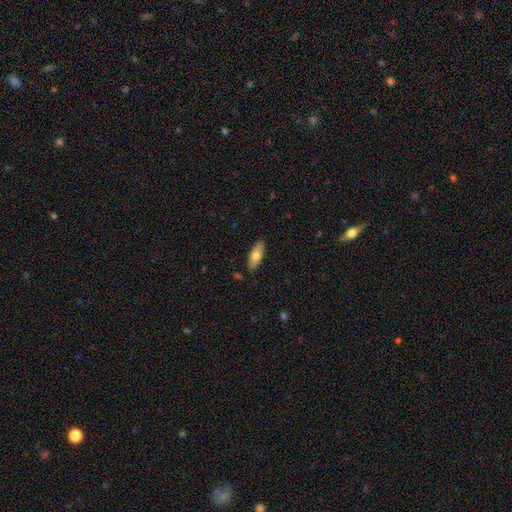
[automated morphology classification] Smooth or featured? smooth (69%)
How rounded? in between (75%)
Merging? none (87%)